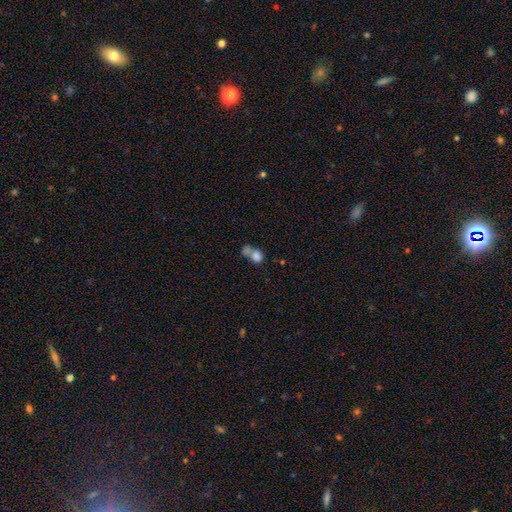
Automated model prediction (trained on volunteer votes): A smooth galaxy with no disk features (77%) that is round (58%).

Vote fractions:
- Smooth or featured? smooth: 77% / featured or disk: 12% / star or artifact: 11%
- How rounded? round: 58% / in between: 40% / cigar-shaped: 2%
- Merging? merger: 61% / none: 22% / minor disturbance: 9% / major disturbance: 8%